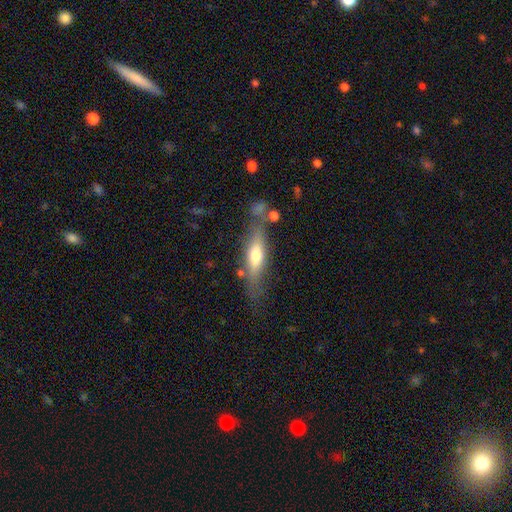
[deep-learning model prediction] Overall: smooth (54%; featured or disk 39%). How rounded: cigar-shaped (61%; in between 36%). Merging: none (64%).